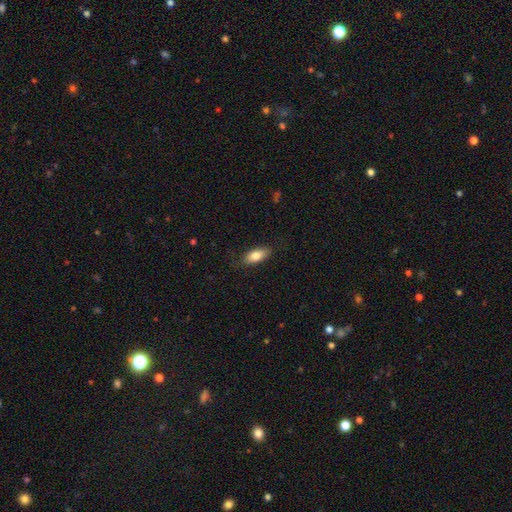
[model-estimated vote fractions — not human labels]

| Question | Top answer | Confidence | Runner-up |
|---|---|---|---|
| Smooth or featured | smooth | 81% | featured or disk (12%) |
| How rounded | in between | 84% | cigar-shaped (13%) |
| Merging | none | 80% | minor disturbance (15%) |